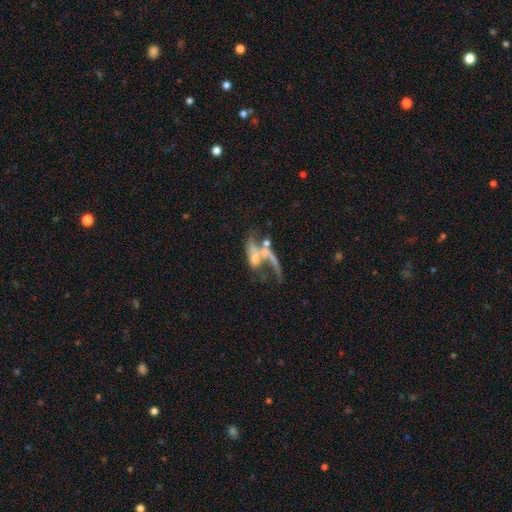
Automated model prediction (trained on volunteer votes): Overall: featured or disk (67%). Edge-on disk: no (93%). Bar: no (68%). Spiral arms: yes (55%; no 45%). Bulge size: none (44%; small 28%). Merging: merger (44%; major disturbance 31%).